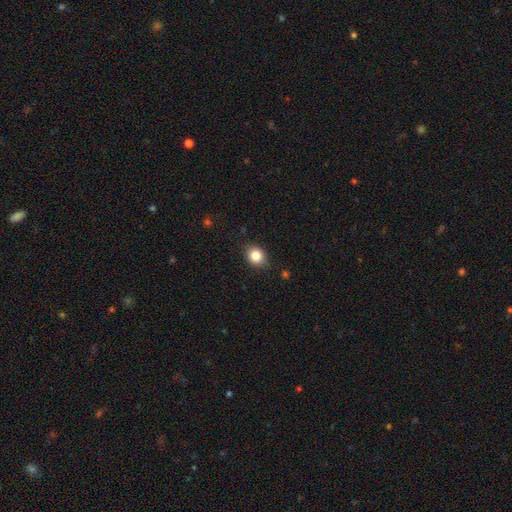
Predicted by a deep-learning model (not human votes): Smooth or featured?
  - smooth: 85% *
  - star or artifact: 10%
  - featured or disk: 6%
How rounded?
  - round: 61% *
  - in between: 38%
  - cigar-shaped: 1%
Merging?
  - none: 86% *
  - minor disturbance: 11%
  - major disturbance: 2%
  - merger: 1%